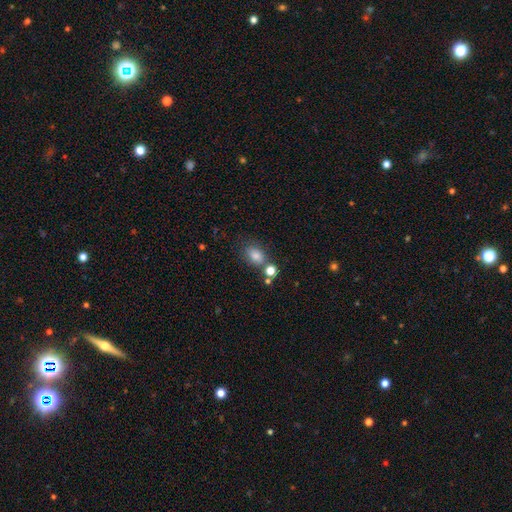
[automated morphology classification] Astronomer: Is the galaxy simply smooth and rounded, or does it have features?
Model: smooth — 78%.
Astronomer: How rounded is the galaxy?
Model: in between — 67%.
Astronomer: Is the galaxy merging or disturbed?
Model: none — 63%.